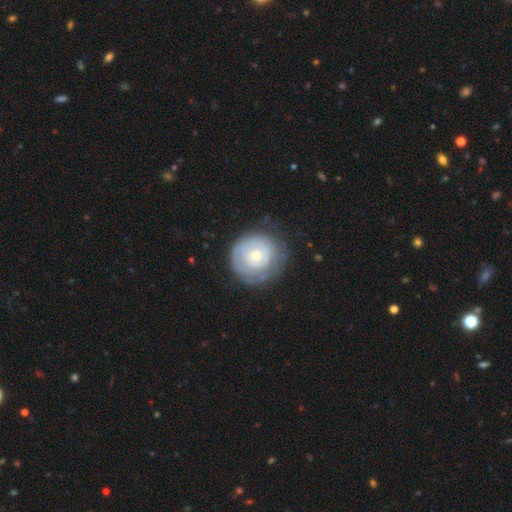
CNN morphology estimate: A featured or disk galaxy (51%). Merging: none (67%).